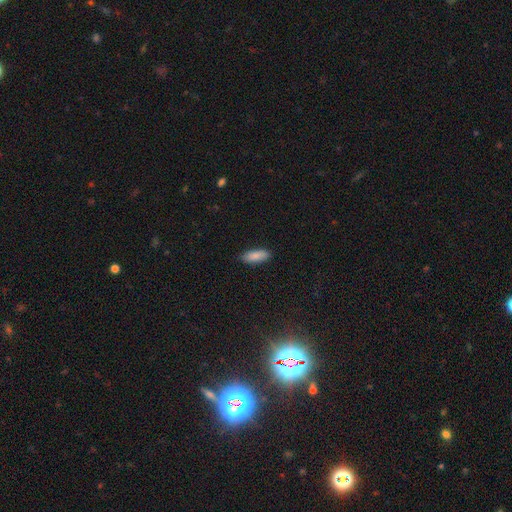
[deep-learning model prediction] smooth_or_featured: smooth (p=0.86) [alt: featured or disk p=0.07]
how_rounded: in between (p=0.71) [alt: cigar-shaped p=0.27]
merging: none (p=0.87) [alt: minor disturbance p=0.10]